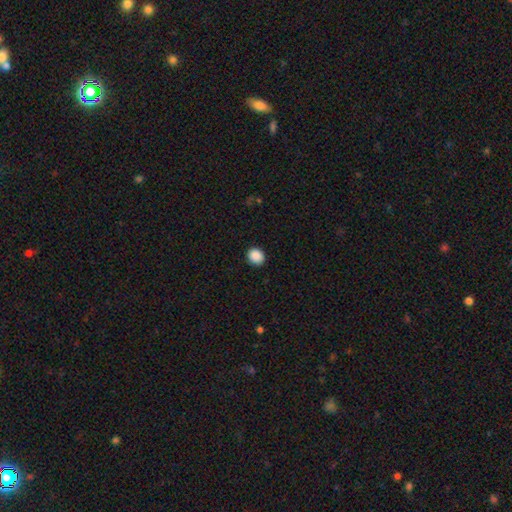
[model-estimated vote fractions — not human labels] Smooth or featured? smooth (89%)
How rounded? round (73%)
Merging? none (90%)